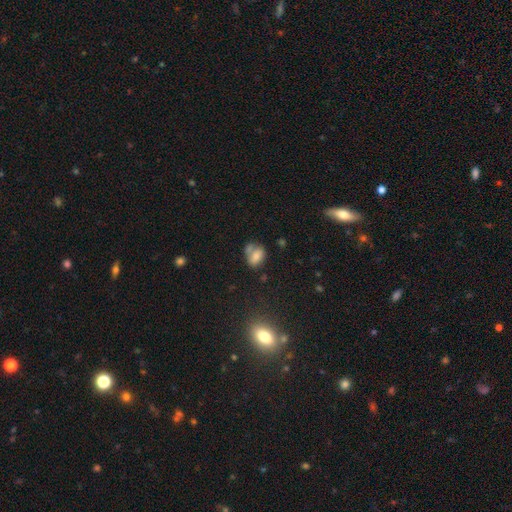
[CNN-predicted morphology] Overall: smooth (70%). How rounded: in between (79%). Merging: none (39%; merger 29%).